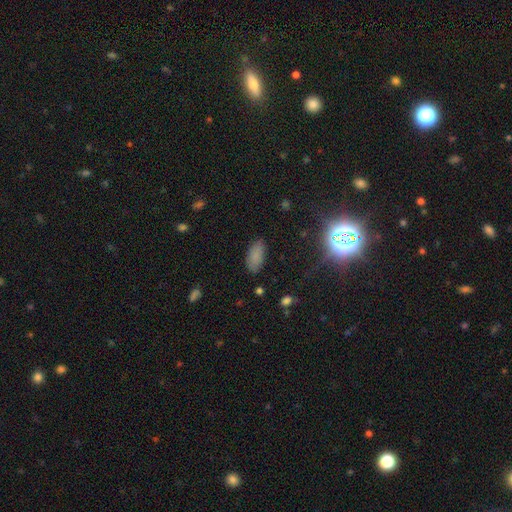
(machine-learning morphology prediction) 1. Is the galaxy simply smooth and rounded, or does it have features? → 80% smooth, 13% star or artifact, 7% featured or disk.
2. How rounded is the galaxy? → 92% in between, 6% cigar-shaped, 3% round.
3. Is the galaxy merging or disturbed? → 82% none, 13% minor disturbance, 3% major disturbance, 1% merger.